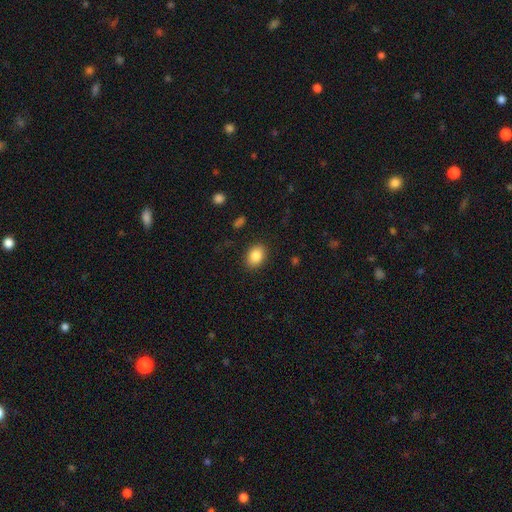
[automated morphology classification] smooth-or-featured: smooth: 86% | star or artifact: 9% | featured or disk: 5%
  how-rounded: in between: 68% | round: 31% | cigar-shaped: 1%
  merging: none: 87% | minor disturbance: 9% | major disturbance: 3% | merger: 1%